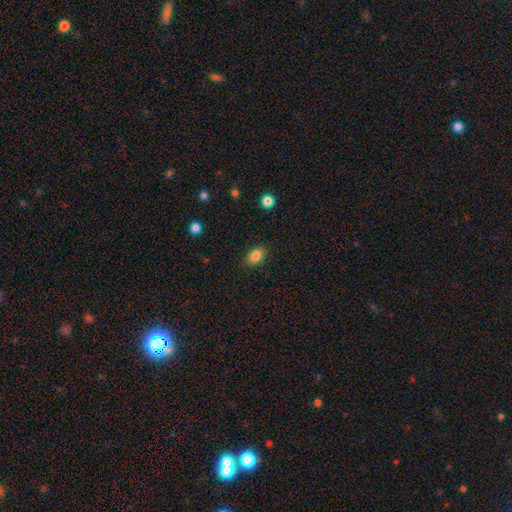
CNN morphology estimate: A smooth galaxy with no disk features (86%) that is in between round and cigar-shaped (84%).

Vote fractions:
- Smooth or featured? smooth: 86% / star or artifact: 9% / featured or disk: 5%
- How rounded? in between: 84% / round: 14% / cigar-shaped: 2%
- Merging? none: 85% / minor disturbance: 11% / major disturbance: 3% / merger: 1%